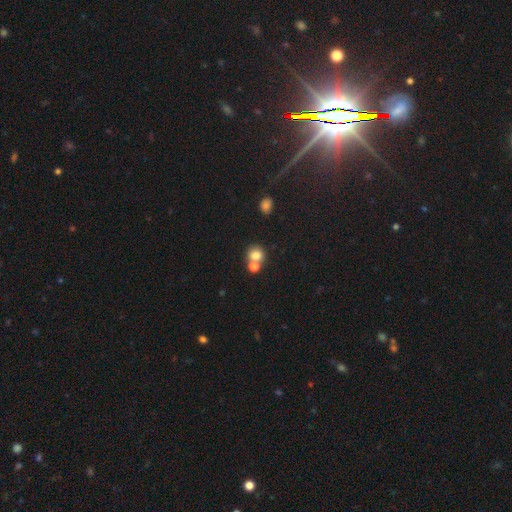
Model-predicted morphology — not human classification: Q: Smooth or featured?
A: smooth (78%); runner-up: star or artifact (12%)
Q: How rounded?
A: round (74%); runner-up: in between (25%)
Q: Merging?
A: none (45%); runner-up: merger (43%)